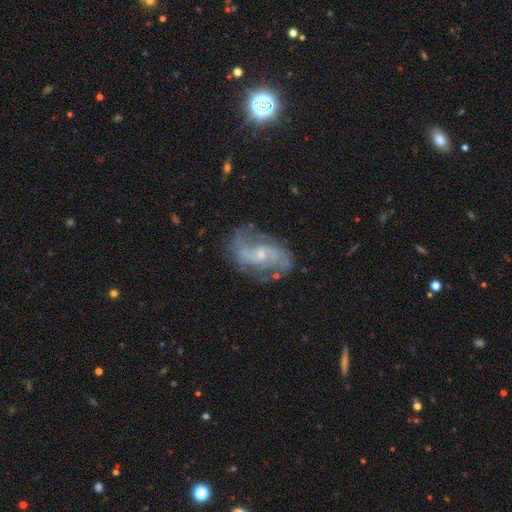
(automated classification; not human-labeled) smooth-or-featured: featured or disk: 80% | star or artifact: 10% | smooth: 9%
  disk-edge-on: no: 96% | yes: 4%
    bar: weak: 43% | no: 37% | strong: 19%
    has-spiral-arms: yes: 93% | no: 7%
      spiral-winding: loose: 45% | medium: 39% | tight: 16%
      spiral-arm-count: 2: 78% | can't tell: 10% | 3: 4% | 1: 3% | 4: 2% | more than 4: 2%
    bulge-size: small: 65% | moderate: 29% | none: 4% | large: 1% | dominant: 1%
  merging: none: 74% | minor disturbance: 16% | major disturbance: 8% | merger: 2%